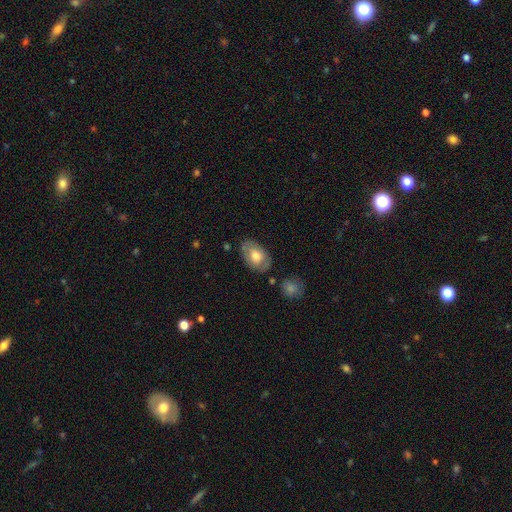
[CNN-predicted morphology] Smooth or featured? smooth (60%)
How rounded? in between (89%)
Merging? none (77%)